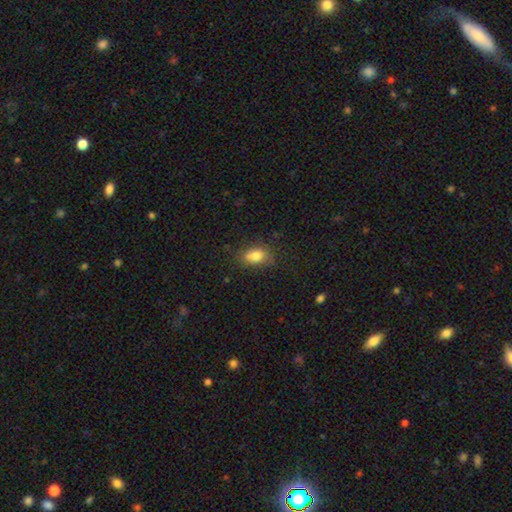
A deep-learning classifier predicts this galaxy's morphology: This is likely a smooth galaxy (79%). How rounded: likely in between (76%). Merging: likely none (64%).